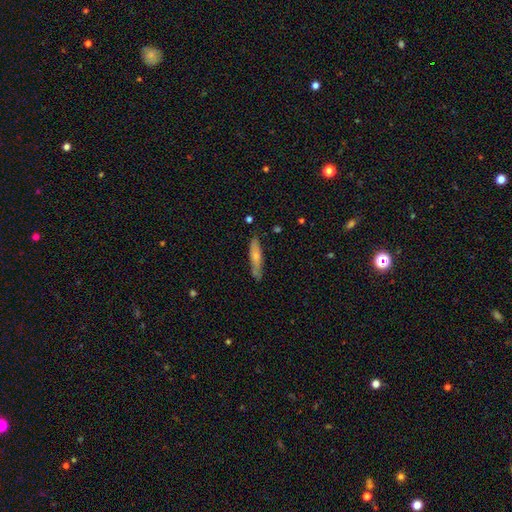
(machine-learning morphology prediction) Q: Smooth or featured?
A: smooth (63%); runner-up: featured or disk (31%)
Q: How rounded?
A: cigar-shaped (81%); runner-up: in between (17%)
Q: Merging?
A: none (74%); runner-up: minor disturbance (20%)